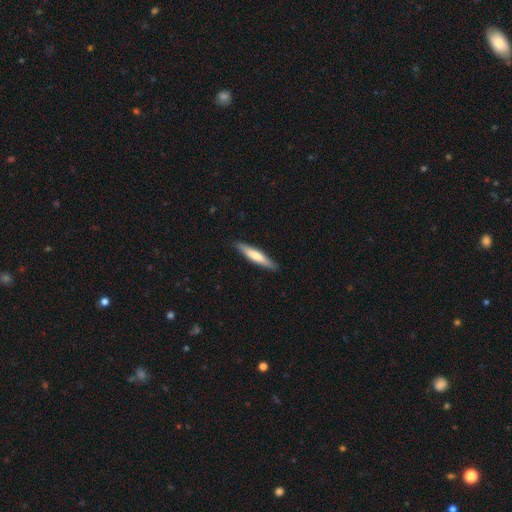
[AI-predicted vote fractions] The model was most divided on "smooth or featured": smooth: 64%, featured or disk: 31%, star or artifact: 5%. More confident: merging — none (89%); how rounded — cigar-shaped (89%).